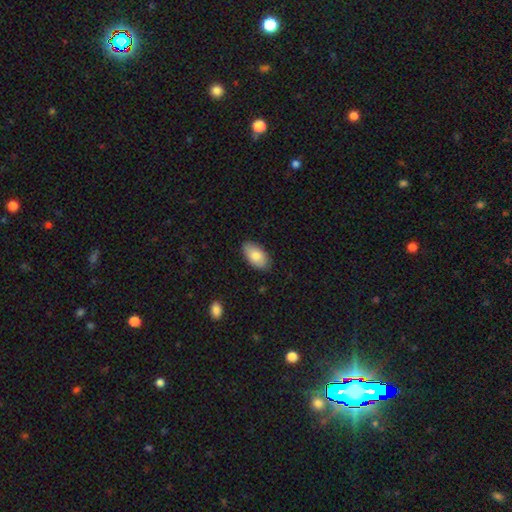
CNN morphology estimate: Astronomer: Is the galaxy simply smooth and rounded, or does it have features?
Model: smooth — 83%.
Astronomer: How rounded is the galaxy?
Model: in between — 95%.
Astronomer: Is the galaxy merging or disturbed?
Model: none — 85%.